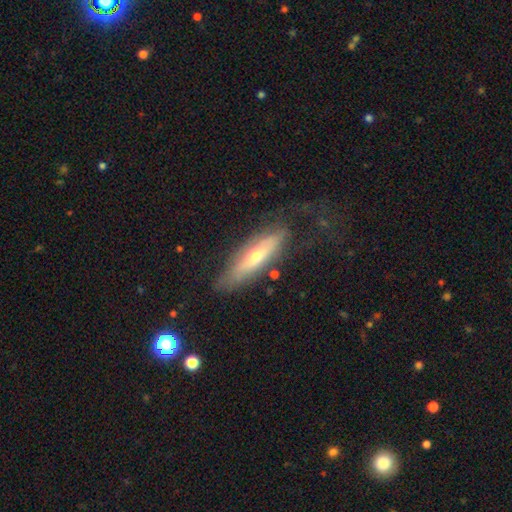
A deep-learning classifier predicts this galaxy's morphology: Smooth or featured: featured or disk — 54% (smooth — 39%)
Edge-on disk: yes — 55% (no — 45%)
Merging: none — 61% (minor disturbance — 22%)